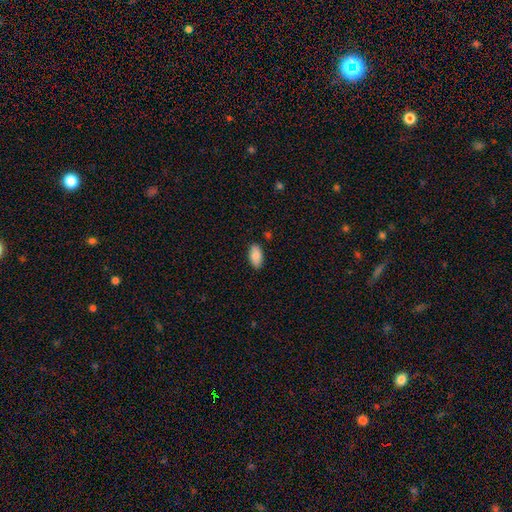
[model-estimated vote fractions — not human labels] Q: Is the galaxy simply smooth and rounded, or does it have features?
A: smooth — 87%.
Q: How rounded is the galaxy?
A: in between — 94%.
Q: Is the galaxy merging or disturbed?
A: none — 87%.